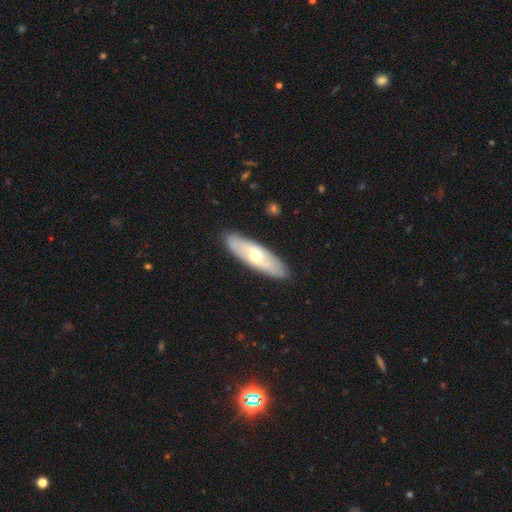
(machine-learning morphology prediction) This appears to be a featured or disk galaxy (51%). Merging: none (88%).